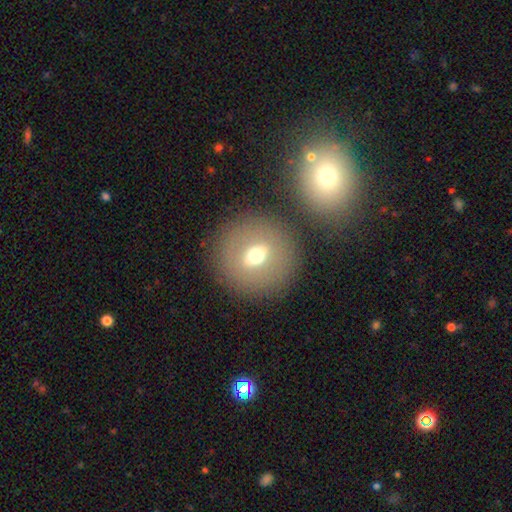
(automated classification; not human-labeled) This appears to be a smooth galaxy with no disk features (50%). Merging: none (82%).